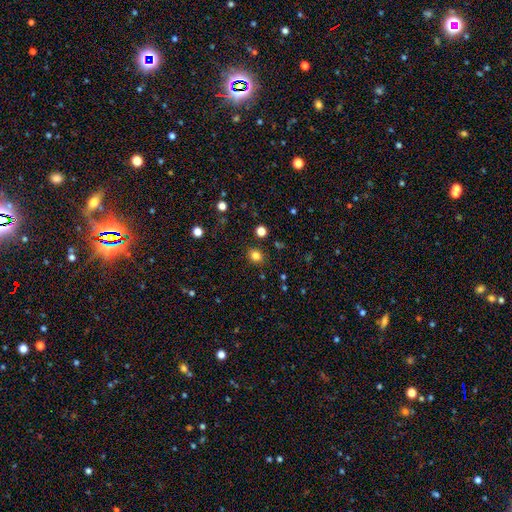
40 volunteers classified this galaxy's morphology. A smooth galaxy with no disk features (80%) that is round (78%). Merging: none (83%).